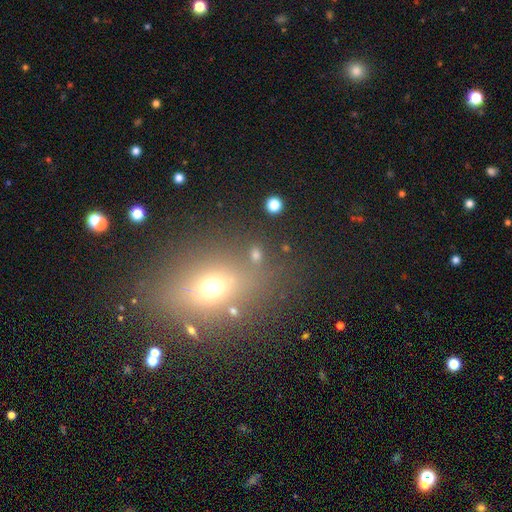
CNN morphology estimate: type=smooth (56%); roundness=in between (59%); merging=none (80%).